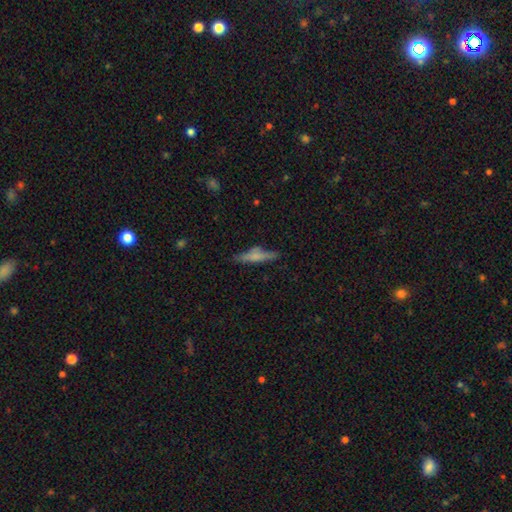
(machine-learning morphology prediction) smooth-or-featured: smooth: 59% | featured or disk: 33% | star or artifact: 8%
  how-rounded: cigar-shaped: 84% | in between: 14% | round: 2%
  merging: none: 74% | minor disturbance: 18% | major disturbance: 5% | merger: 4%